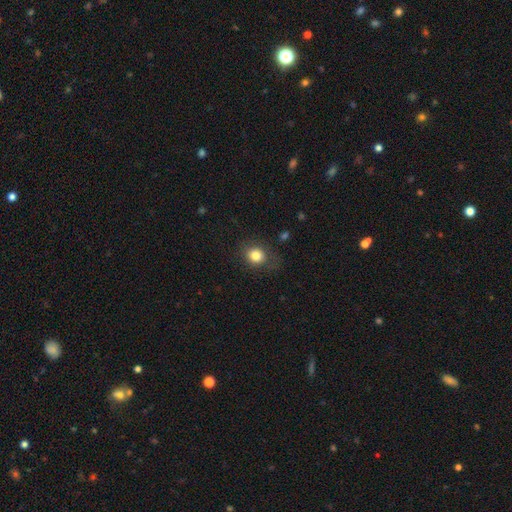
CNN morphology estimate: This appears to be a smooth galaxy with no disk features (82%) that is round (67%). Merging: none (75%).